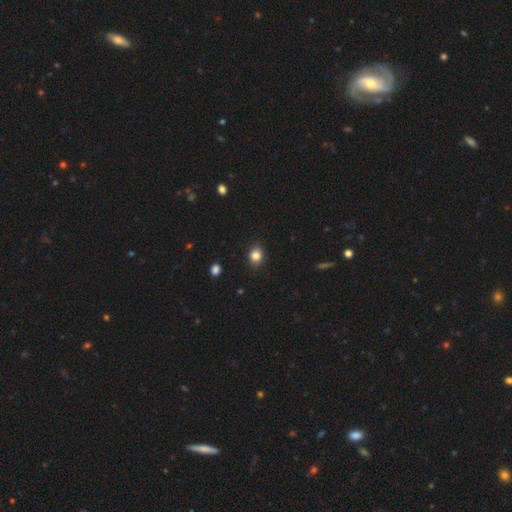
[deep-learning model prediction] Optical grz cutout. It shows a smooth galaxy with no disk features (84%) that is round (52%). Merging: none (88%).